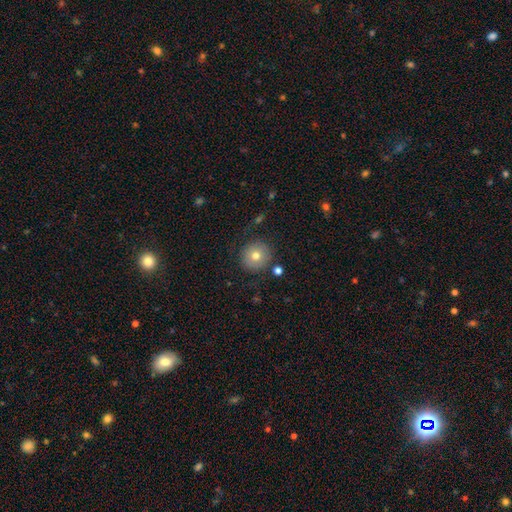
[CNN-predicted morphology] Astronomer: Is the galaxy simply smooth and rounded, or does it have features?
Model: smooth — 74%.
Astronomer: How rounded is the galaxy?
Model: round — 93%.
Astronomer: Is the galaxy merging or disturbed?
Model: none — 84%.